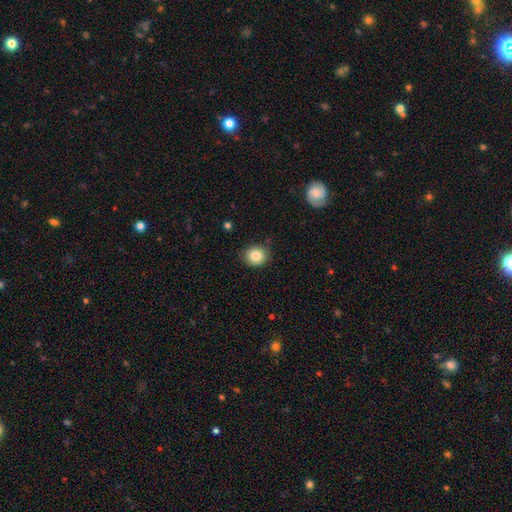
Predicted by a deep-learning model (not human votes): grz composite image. It shows a smooth galaxy with no disk features (84%) that is round (81%). Merging: none (84%).